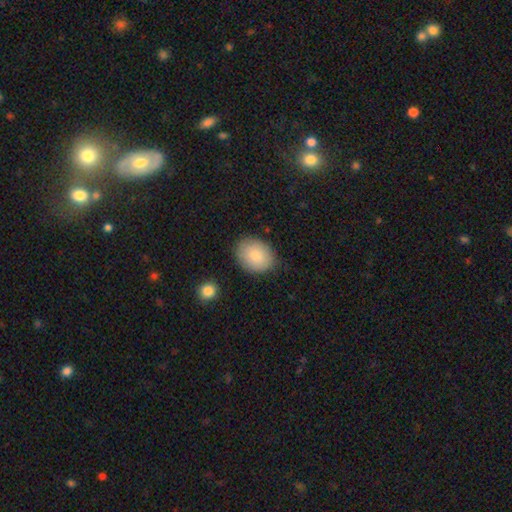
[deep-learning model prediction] Overall: smooth (84%). How rounded: in between (60%; round 39%). Merging: none (82%).